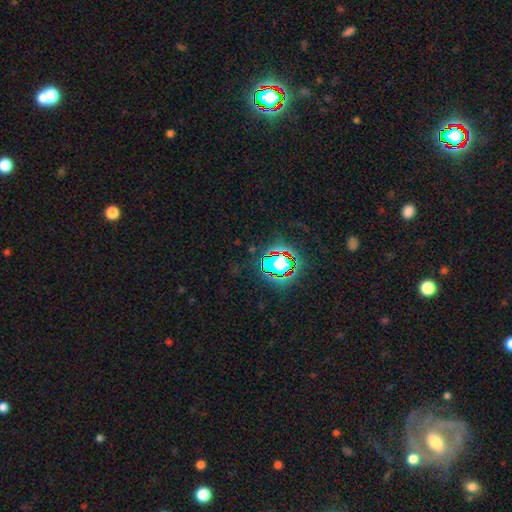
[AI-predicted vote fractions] Smooth or featured: star or artifact — 82% (smooth — 11%)